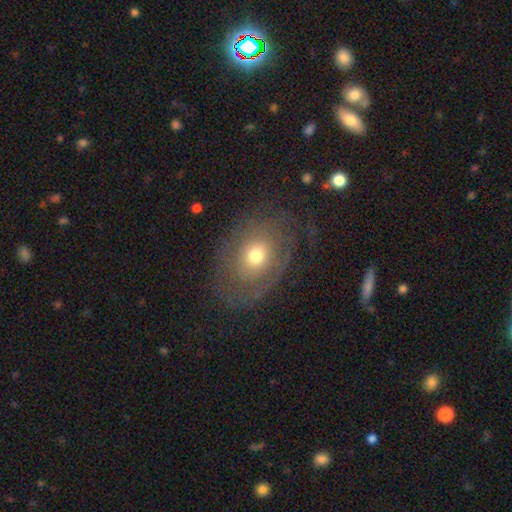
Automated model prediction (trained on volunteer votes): Overall: featured or disk (57%; smooth 29%). Edge-on disk: no (94%). Bar: no (83%). Spiral arms: yes (66%; no 34%). Bulge size: moderate (61%; small 32%). Merging: none (74%).